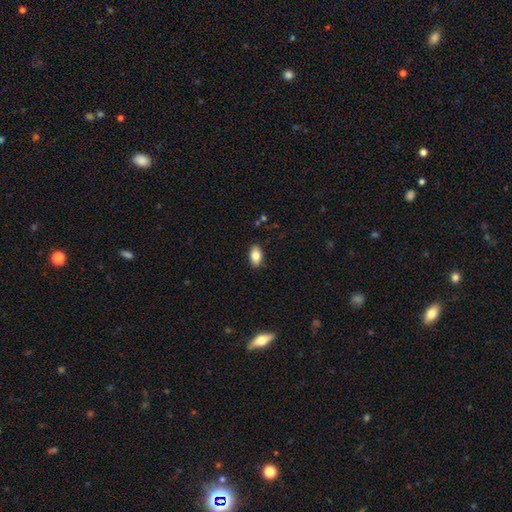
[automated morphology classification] Q: Smooth or featured?
A: smooth (81%); runner-up: featured or disk (11%)
Q: How rounded?
A: in between (91%); runner-up: round (5%)
Q: Merging?
A: none (87%); runner-up: minor disturbance (10%)